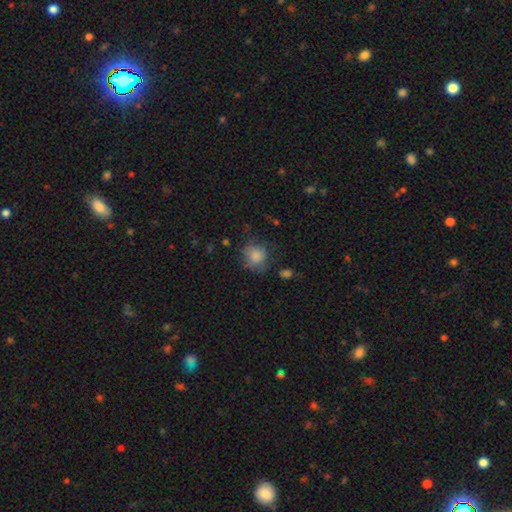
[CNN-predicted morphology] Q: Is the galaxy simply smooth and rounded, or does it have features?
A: smooth — 81%.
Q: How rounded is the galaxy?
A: round — 79%.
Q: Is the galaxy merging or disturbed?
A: none — 60%.